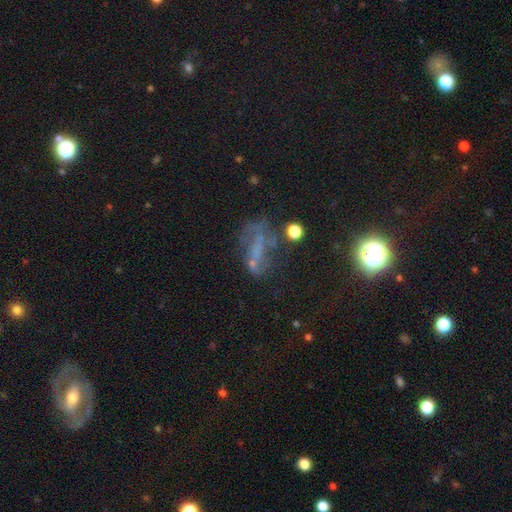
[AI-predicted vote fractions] Morphology: type=featured or disk (42%); merging=none (37%).